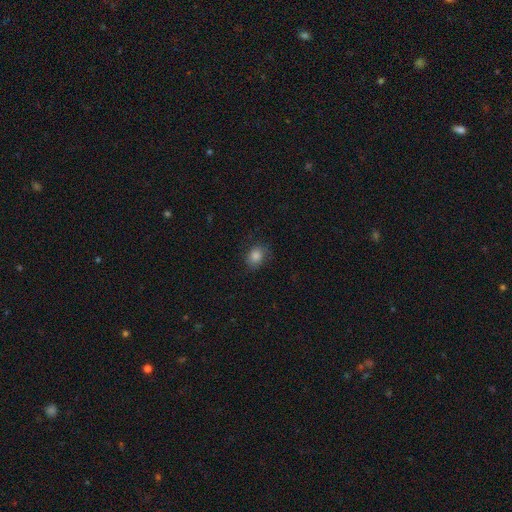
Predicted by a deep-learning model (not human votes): Smooth or featured: smooth — 84% (star or artifact — 10%)
How rounded: in between — 60% (round — 39%)
Merging: none — 76% (minor disturbance — 18%)